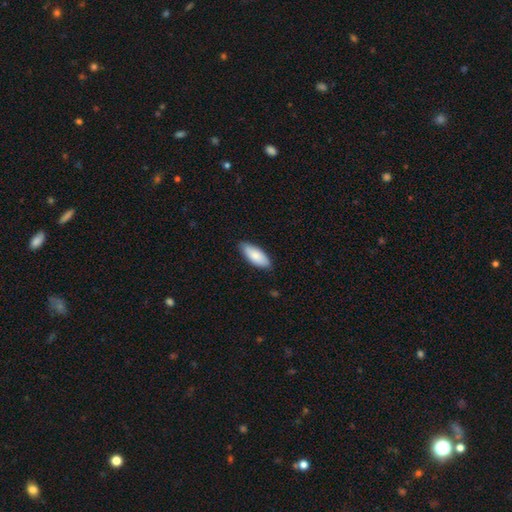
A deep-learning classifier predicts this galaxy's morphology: Smooth or featured: smooth — 85% (featured or disk — 10%)
How rounded: in between — 82% (cigar-shaped — 16%)
Merging: none — 83% (minor disturbance — 14%)